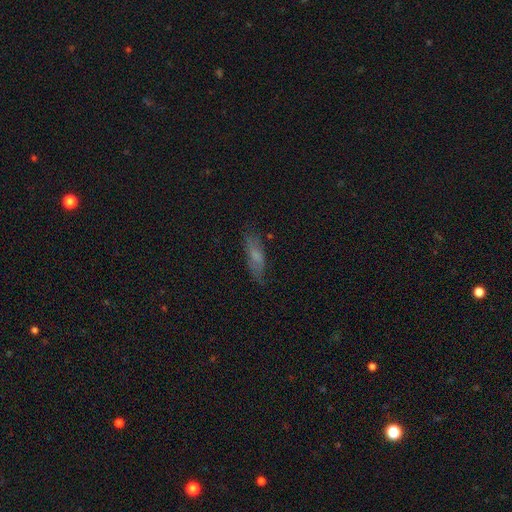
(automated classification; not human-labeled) smooth-or-featured: smooth: 59% | featured or disk: 31% | star or artifact: 10%
  how-rounded: cigar-shaped: 57% | in between: 40% | round: 2%
  merging: none: 72% | minor disturbance: 20% | major disturbance: 6% | merger: 2%